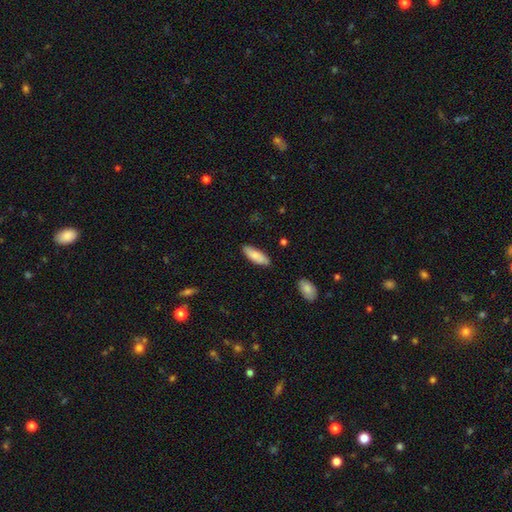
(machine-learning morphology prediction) This appears to be a smooth galaxy with no disk features (83%) that is in between round and cigar-shaped (64%). Merging: none (83%).